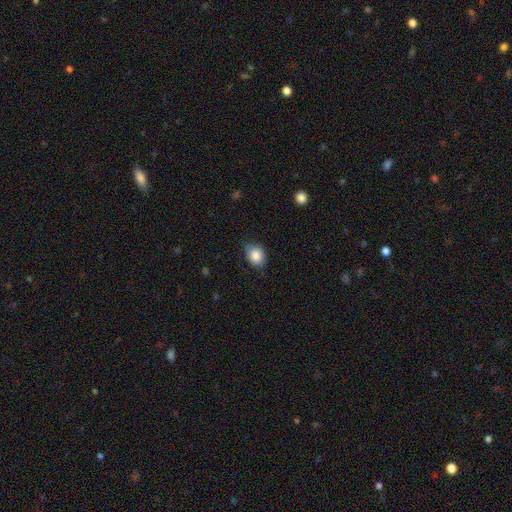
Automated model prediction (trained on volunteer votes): The model was most divided on "how rounded": in between: 57%, round: 42%, cigar-shaped: 1%. More confident: smooth or featured — smooth (85%); merging — none (75%).